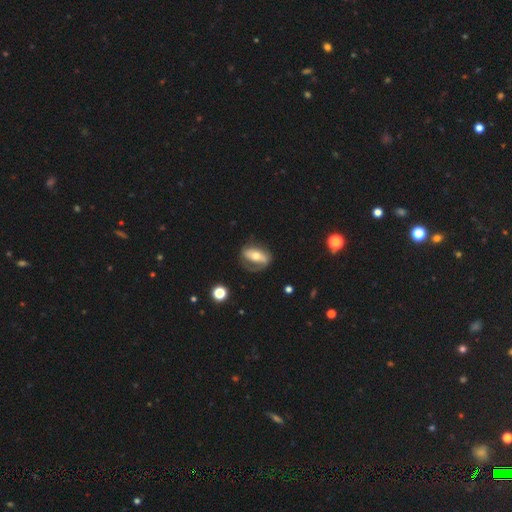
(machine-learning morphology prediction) This appears to be a featured or disk galaxy (64%) with a strong bar (43%), spiral arms (72%) and a moderate central bulge (66%). Merging: none (57%).